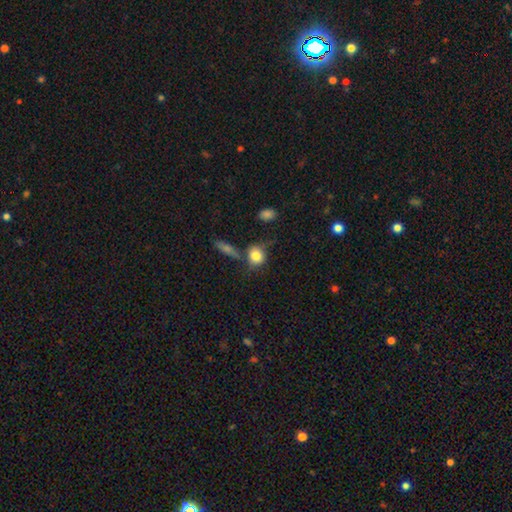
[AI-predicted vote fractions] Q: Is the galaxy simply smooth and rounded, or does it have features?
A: smooth — 82%.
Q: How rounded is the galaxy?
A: round — 76%.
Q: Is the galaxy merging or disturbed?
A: none — 60%.